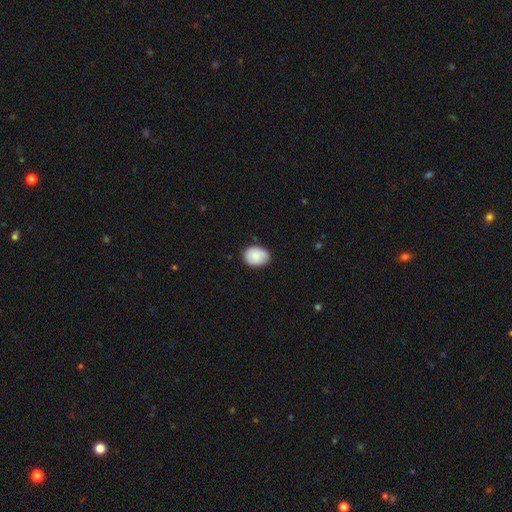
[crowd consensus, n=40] Smooth or featured? 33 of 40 (82%) said smooth. How rounded? 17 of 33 (52%) said round. Merging? 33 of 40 (82%) said none.